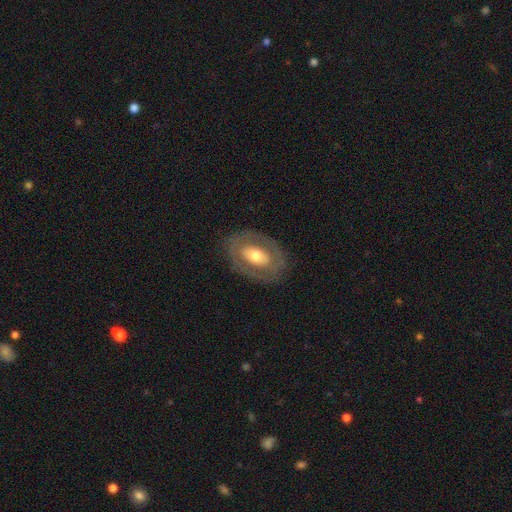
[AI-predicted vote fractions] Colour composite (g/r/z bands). It shows a featured or disk galaxy (53%). Merging: none (82%).